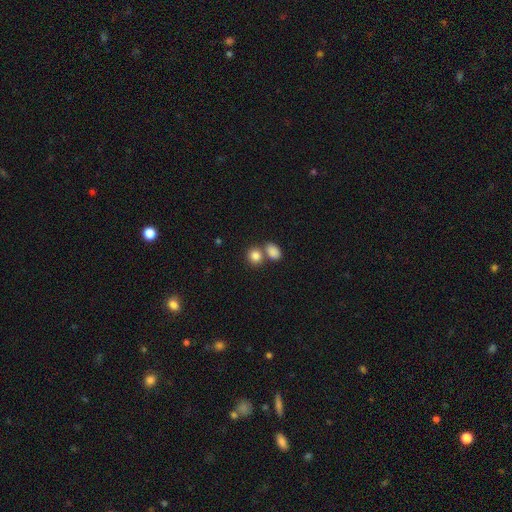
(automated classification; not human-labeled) This appears to be a smooth galaxy with no disk features (84%) that is round (69%). Merging: none (52%).